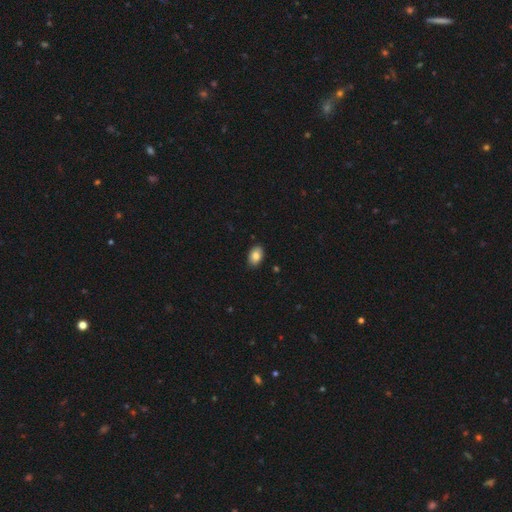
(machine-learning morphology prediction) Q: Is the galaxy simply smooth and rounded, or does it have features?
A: smooth — 84%.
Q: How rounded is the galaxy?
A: in between — 88%.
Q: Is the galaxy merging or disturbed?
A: none — 89%.